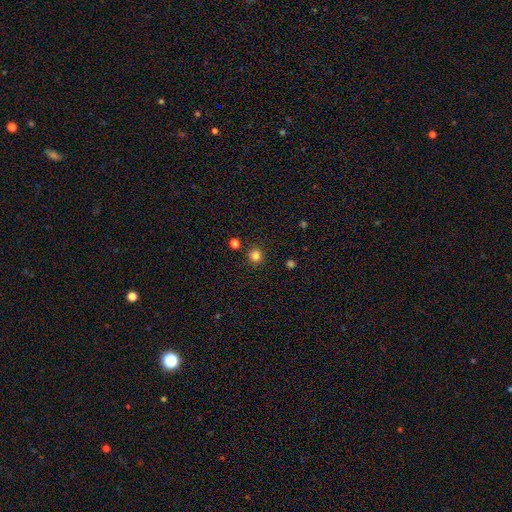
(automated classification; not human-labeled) A smooth galaxy with no disk features (81%) that is round (94%). Merging: none (89%).